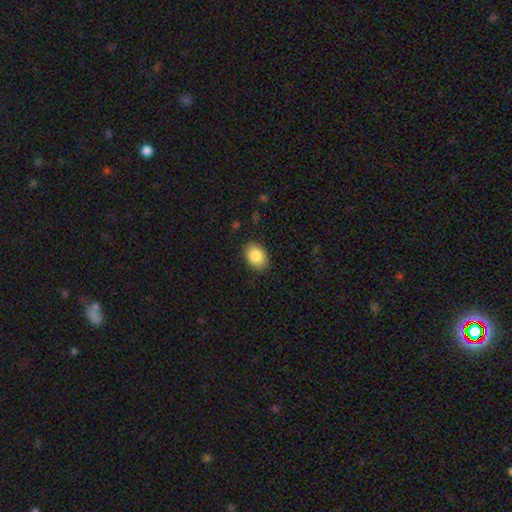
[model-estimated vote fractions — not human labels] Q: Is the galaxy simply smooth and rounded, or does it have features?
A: smooth — 86%.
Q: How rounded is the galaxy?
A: in between — 76%.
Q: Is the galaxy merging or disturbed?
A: none — 86%.